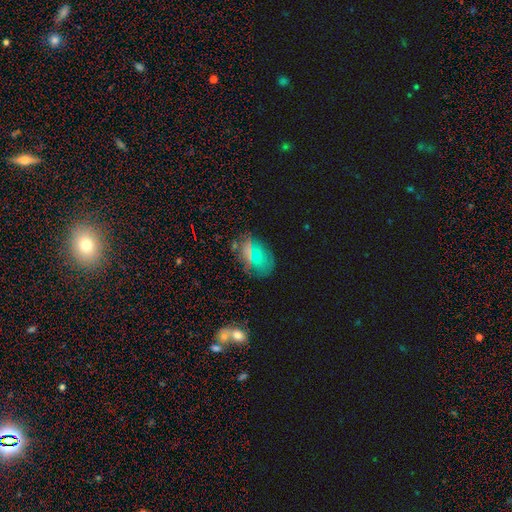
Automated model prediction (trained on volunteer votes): Smooth or featured? smooth (56%)
How rounded? in between (66%)
Merging? none (74%)